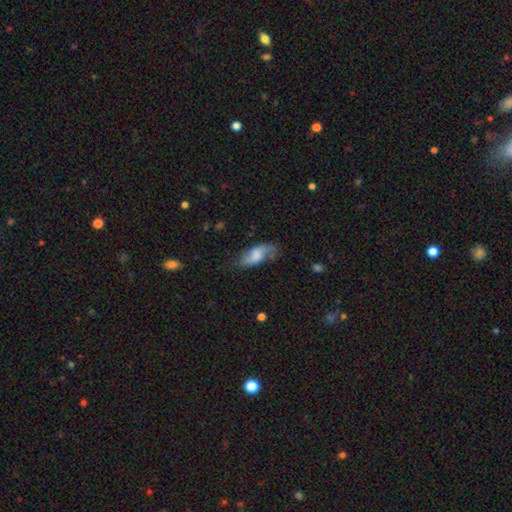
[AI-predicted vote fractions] Smooth or featured? Predicted: smooth (p=0.57). How rounded? Predicted: in between (p=0.86). Merging? Predicted: none (p=0.49).